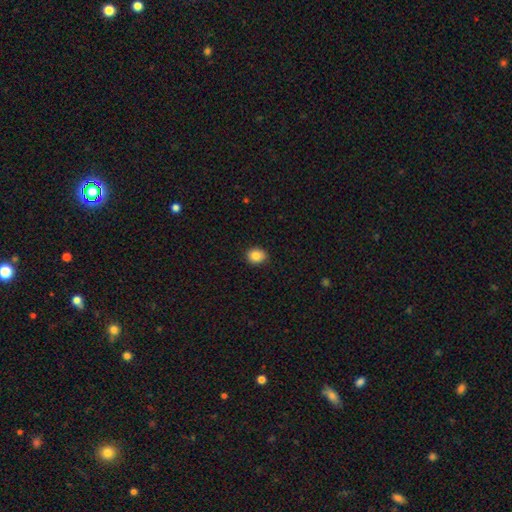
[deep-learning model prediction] Smooth or featured?
  - smooth: 85% *
  - star or artifact: 9%
  - featured or disk: 6%
How rounded?
  - round: 69% *
  - in between: 30%
  - cigar-shaped: 1%
Merging?
  - none: 87% *
  - minor disturbance: 10%
  - major disturbance: 2%
  - merger: 1%